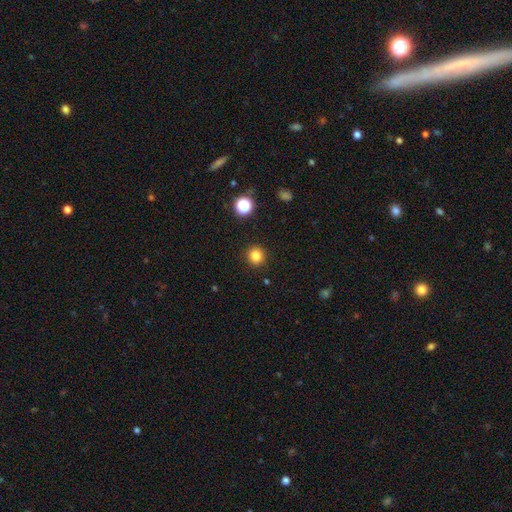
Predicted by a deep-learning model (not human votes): Overall: smooth (82%). How rounded: round (92%). Merging: none (92%).